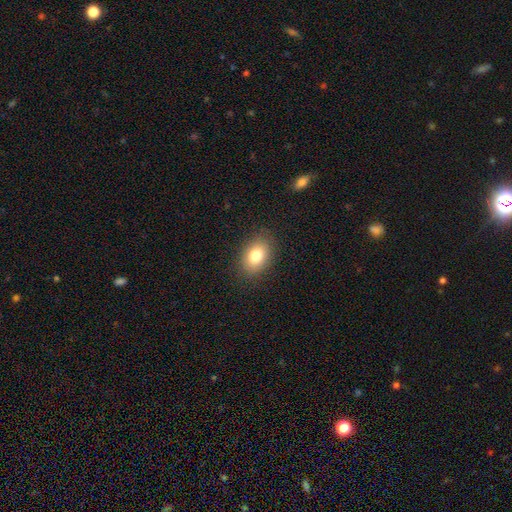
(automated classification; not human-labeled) A smooth galaxy with no disk features (80%) that is in between round and cigar-shaped (79%).

Vote fractions:
- Smooth or featured? smooth: 80% / featured or disk: 11% / star or artifact: 10%
- How rounded? in between: 79% / round: 20% / cigar-shaped: 1%
- Merging? none: 87% / minor disturbance: 9% / major disturbance: 3% / merger: 1%